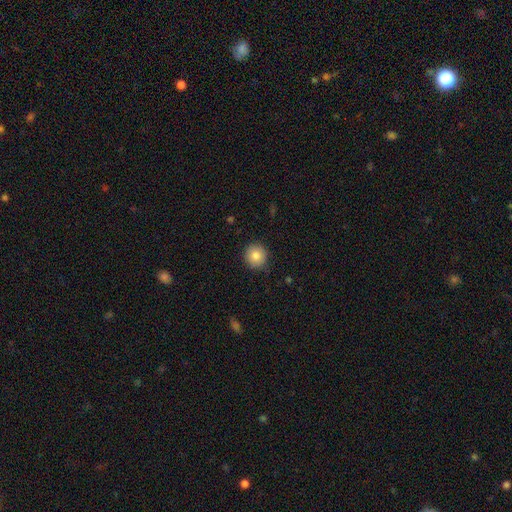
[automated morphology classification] Smooth or featured? Predicted: smooth (p=0.83). How rounded? Predicted: round (p=0.92). Merging? Predicted: none (p=0.88).